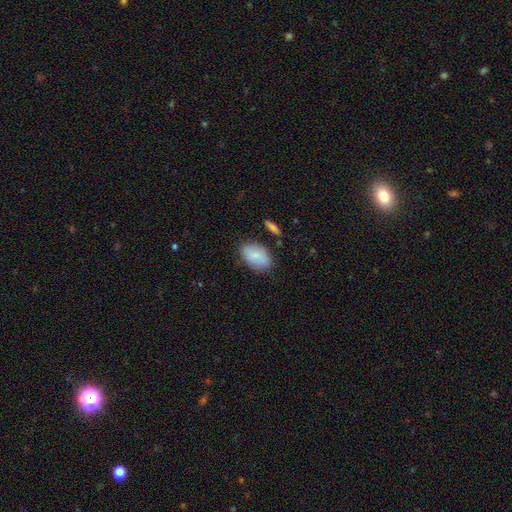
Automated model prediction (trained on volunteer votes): smooth_or_featured: smooth (p=0.84) [alt: featured or disk p=0.10]
how_rounded: in between (p=0.92) [alt: round p=0.07]
merging: none (p=0.80) [alt: minor disturbance p=0.14]